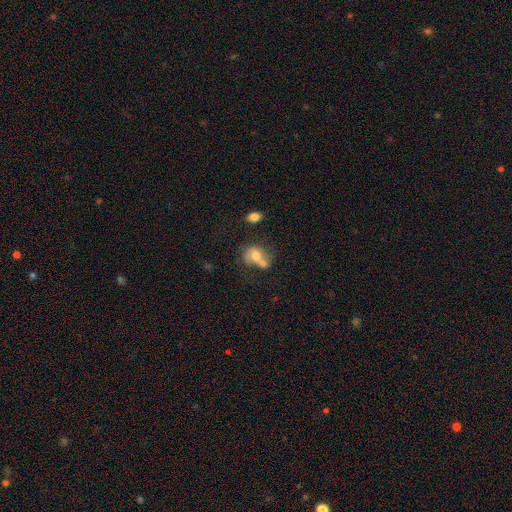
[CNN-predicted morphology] A smooth galaxy with no disk features (58%) that is round (50%).

Vote fractions:
- Smooth or featured? smooth: 58% / featured or disk: 33% / star or artifact: 9%
- How rounded? round: 50% / in between: 49% / cigar-shaped: 1%
- Merging? merger: 53% / none: 26% / minor disturbance: 13% / major disturbance: 8%